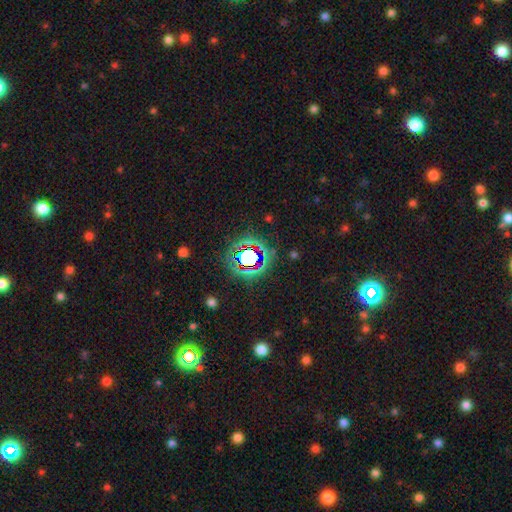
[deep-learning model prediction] A star or artifact, not a galaxy (78%).

Vote fractions:
- Smooth or featured? star or artifact: 78% / smooth: 12% / featured or disk: 9%